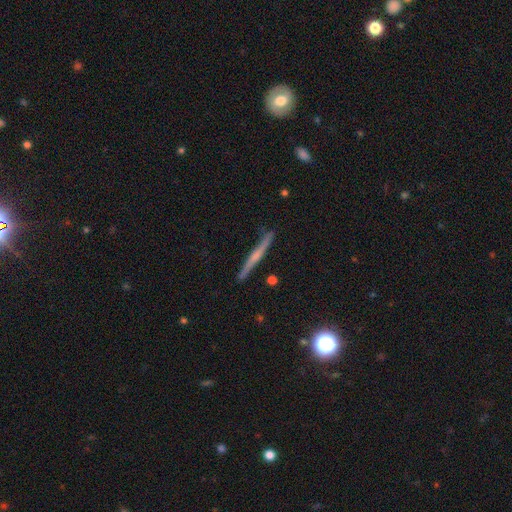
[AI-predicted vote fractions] This appears to be a featured or disk galaxy (62%) viewed edge-on (97%) with no central bulge (46%). Merging: none (89%).